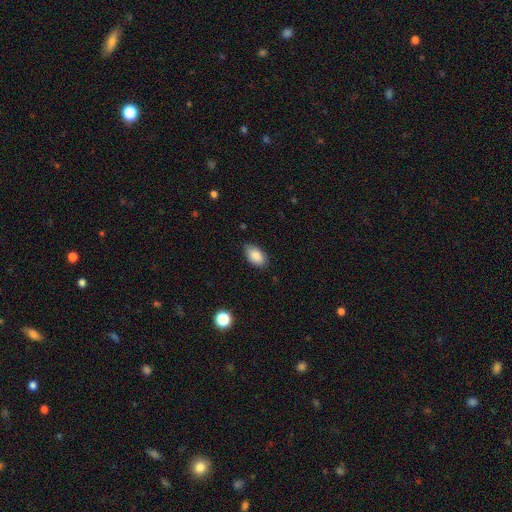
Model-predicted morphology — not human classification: smooth_or_featured: smooth (p=0.87) [alt: star or artifact p=0.07]
how_rounded: in between (p=0.93) [alt: round p=0.05]
merging: none (p=0.80) [alt: minor disturbance p=0.16]